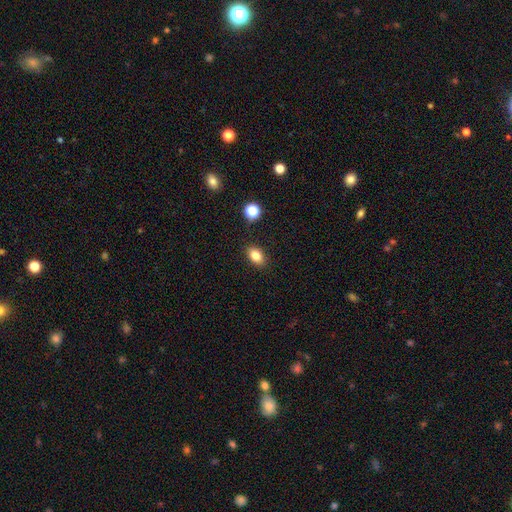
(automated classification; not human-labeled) A smooth galaxy with no disk features (82%) that is in between round and cigar-shaped (81%). Merging: none (87%).